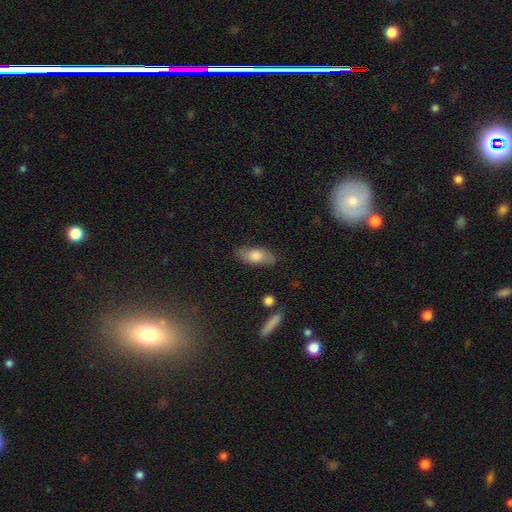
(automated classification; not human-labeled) smooth_or_featured: smooth (p=0.72) [alt: featured or disk p=0.21]
how_rounded: in between (p=0.78) [alt: cigar-shaped p=0.19]
merging: none (p=0.79) [alt: minor disturbance p=0.16]